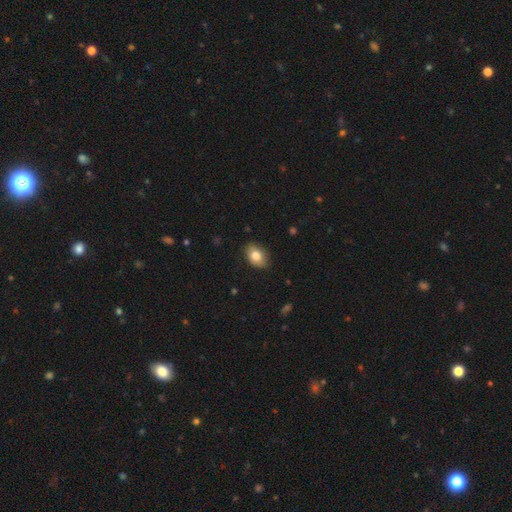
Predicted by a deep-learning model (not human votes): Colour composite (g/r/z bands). It shows a smooth galaxy with no disk features (82%) that is in between round and cigar-shaped (82%). Merging: none (83%).